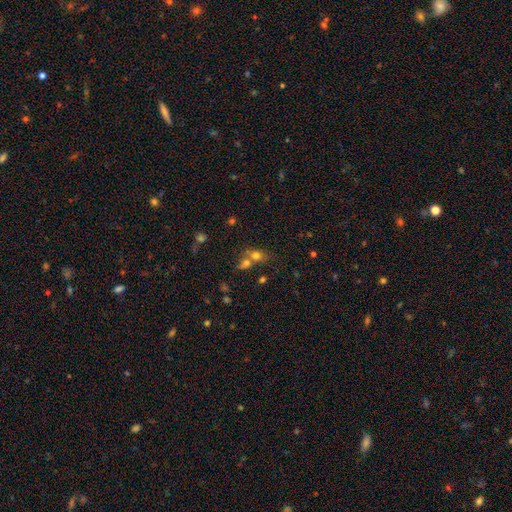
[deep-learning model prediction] Smooth or featured? Predicted: smooth (p=0.70). How rounded? Predicted: round (p=0.51). Merging? Predicted: merger (p=0.53).